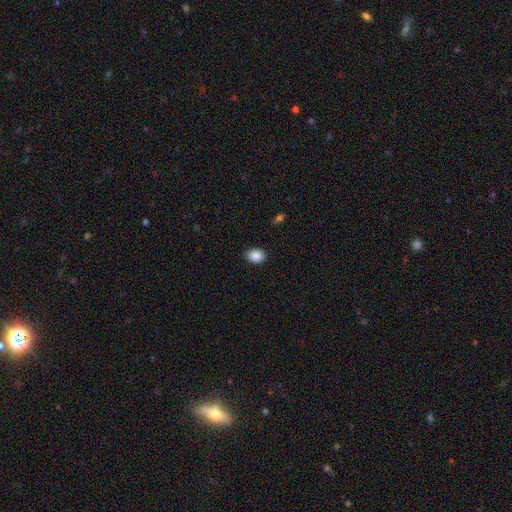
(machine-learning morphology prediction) Q: Smooth or featured?
A: smooth (88%); runner-up: star or artifact (8%)
Q: How rounded?
A: in between (70%); runner-up: round (29%)
Q: Merging?
A: none (89%); runner-up: minor disturbance (8%)